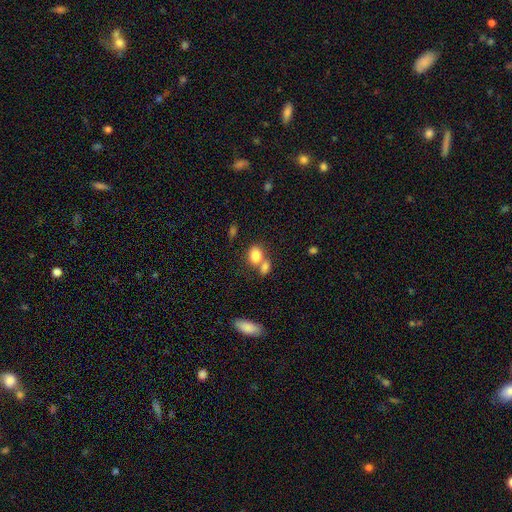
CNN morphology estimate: Smooth or featured: smooth — 82% (star or artifact — 9%)
How rounded: in between — 65% (round — 33%)
Merging: merger — 49% (none — 36%)